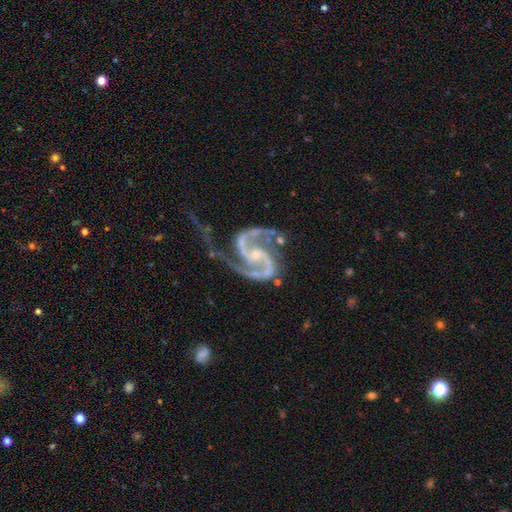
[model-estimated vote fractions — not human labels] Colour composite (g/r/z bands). It shows a featured or disk galaxy (95%) with no bar (44%), 2 (93%) medium (64%) spiral arms (99%) and a small central bulge (66%). Merging: none (46%).